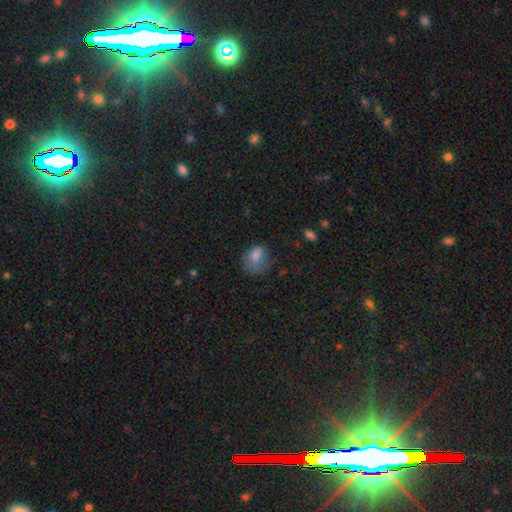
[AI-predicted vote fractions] smooth 76%, featured or disk 13%, star or artifact 11%. Down the decision tree: how rounded — in between (62%); merging — none (38%).